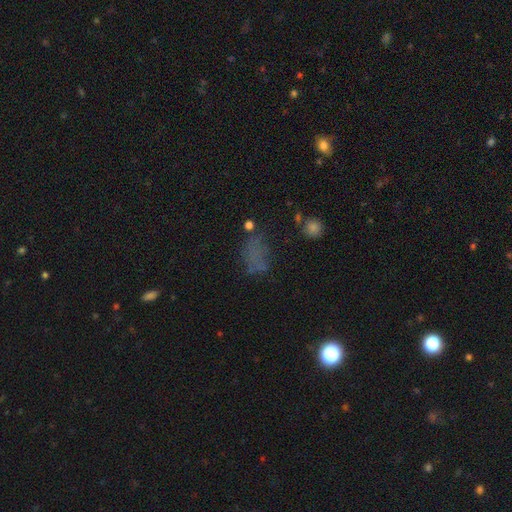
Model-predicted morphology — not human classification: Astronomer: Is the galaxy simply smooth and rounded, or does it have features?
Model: smooth — 52% (runner-up: star or artifact, 32%).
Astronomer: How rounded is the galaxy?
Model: in between — 76%.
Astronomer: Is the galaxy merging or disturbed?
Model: none — 53%.